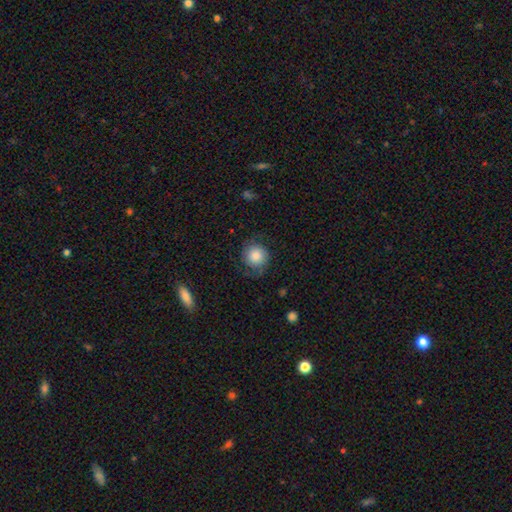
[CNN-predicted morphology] smooth_or_featured: smooth (p=0.71) [alt: featured or disk p=0.21]
how_rounded: round (p=0.89) [alt: in between p=0.10]
merging: none (p=0.71) [alt: minor disturbance p=0.18]